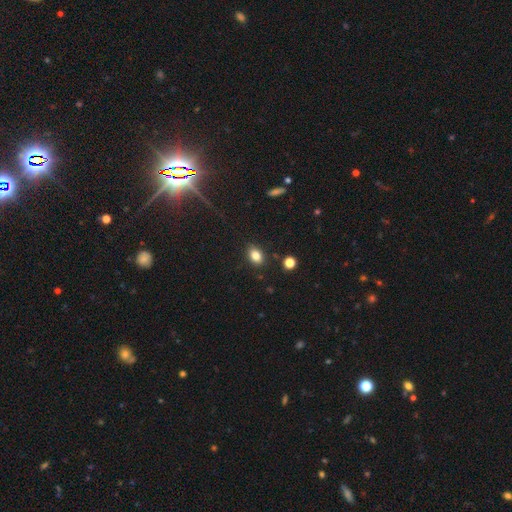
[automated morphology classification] A smooth galaxy with no disk features (83%) that is in between round and cigar-shaped (75%). Merging: none (85%).